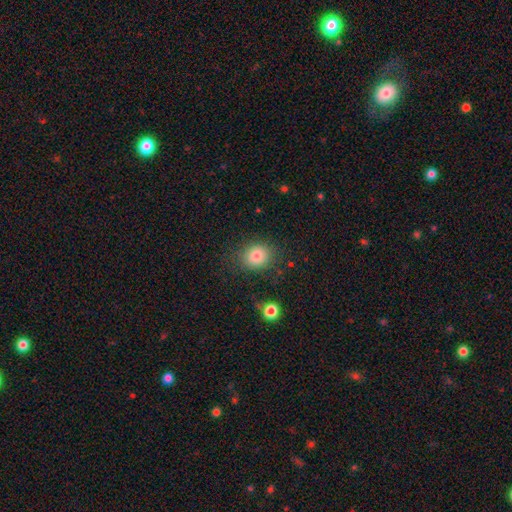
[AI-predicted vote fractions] Overall: smooth (79%). How rounded: round (67%; in between 32%). Merging: none (83%).